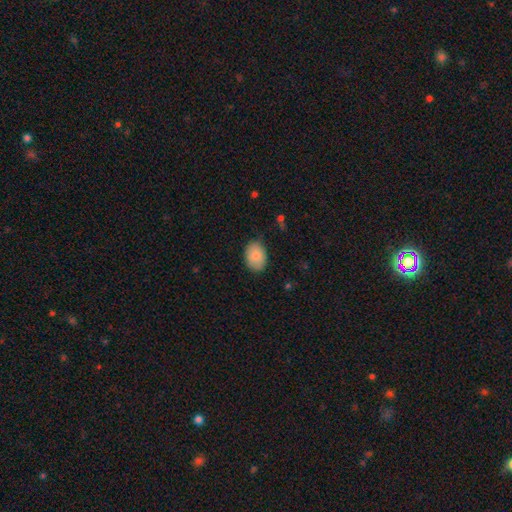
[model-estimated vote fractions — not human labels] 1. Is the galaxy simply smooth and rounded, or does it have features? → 87% smooth, 7% featured or disk, 7% star or artifact.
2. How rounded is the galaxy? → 82% in between, 17% round, 1% cigar-shaped.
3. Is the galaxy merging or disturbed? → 81% none, 16% minor disturbance, 3% major disturbance, 1% merger.